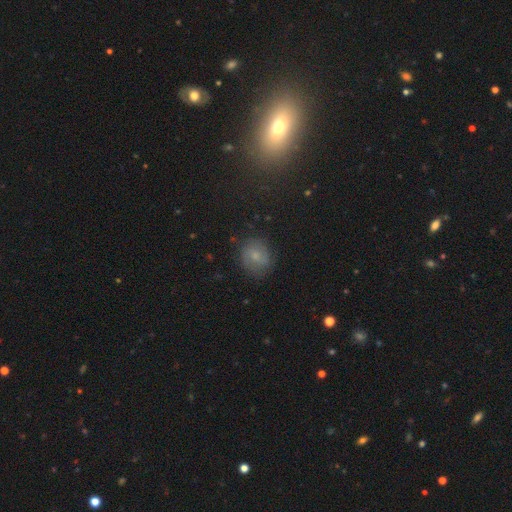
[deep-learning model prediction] A smooth galaxy with no disk features (57%) that is round (67%). Merging: none (76%).